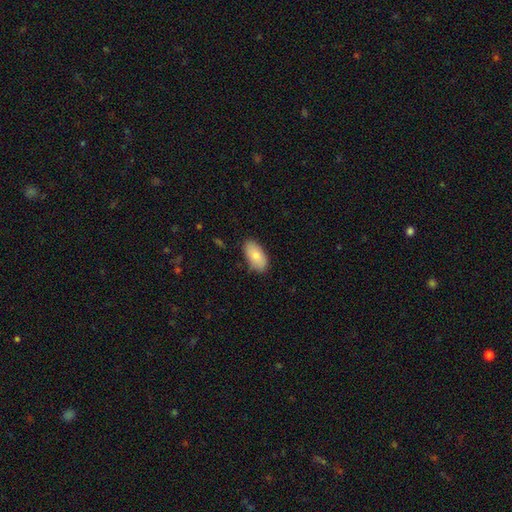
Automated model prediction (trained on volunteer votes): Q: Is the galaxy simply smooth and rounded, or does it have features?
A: smooth — 81%.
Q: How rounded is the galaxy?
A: in between — 94%.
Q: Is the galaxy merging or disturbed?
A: none — 83%.